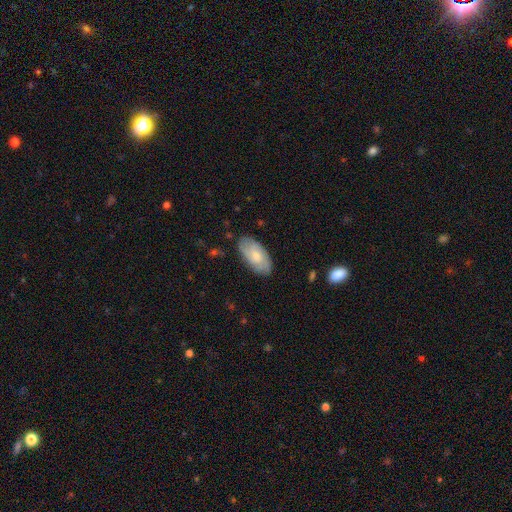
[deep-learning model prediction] Smooth or featured: smooth — 51% (featured or disk — 43%)
How rounded: in between — 93% (cigar-shaped — 4%)
Merging: none — 81% (minor disturbance — 15%)